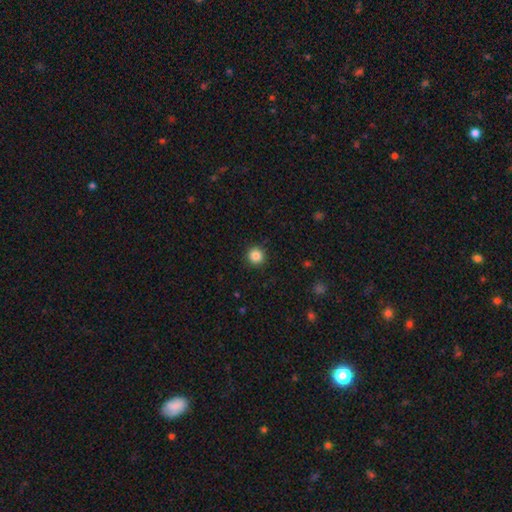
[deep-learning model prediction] Smooth or featured?
  - smooth: 85% *
  - star or artifact: 11%
  - featured or disk: 4%
How rounded?
  - round: 95% *
  - in between: 4%
  - cigar-shaped: 1%
Merging?
  - none: 92% *
  - minor disturbance: 5%
  - major disturbance: 2%
  - merger: 1%